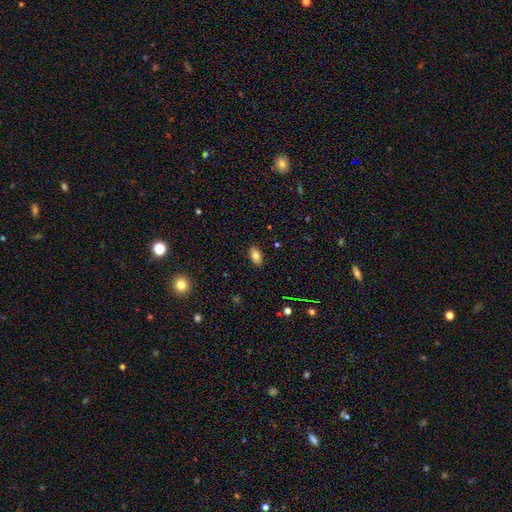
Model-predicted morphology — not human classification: Q: Smooth or featured?
A: smooth (77%); runner-up: featured or disk (14%)
Q: How rounded?
A: in between (91%); runner-up: round (6%)
Q: Merging?
A: none (88%); runner-up: minor disturbance (10%)